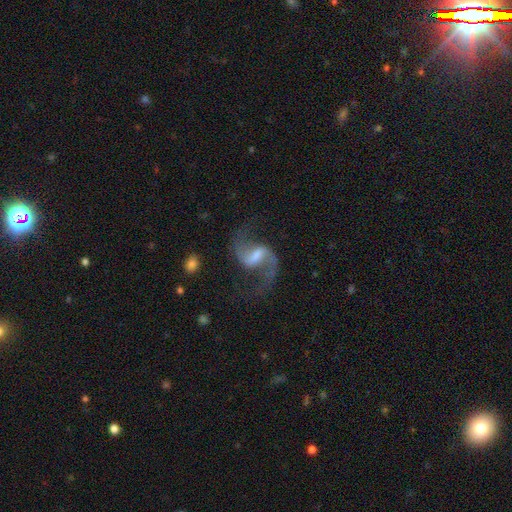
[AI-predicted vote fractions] Morphology: type=featured or disk (90%); edge-on=no (98%); bar=weak (51%); spiral arms=yes (97%); winding=loose (76%); arm count=2 (94%); bulge=moderate (33%); merging=none (72%).